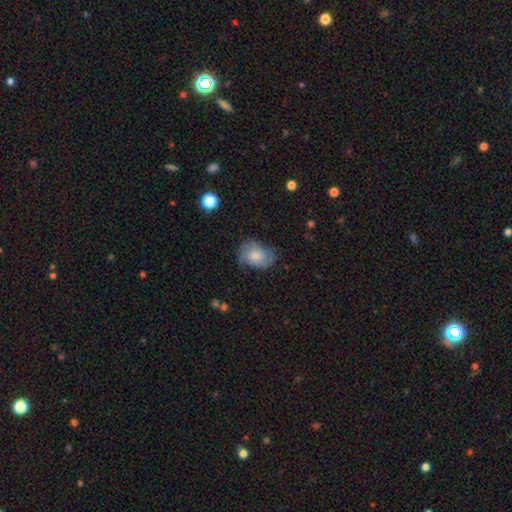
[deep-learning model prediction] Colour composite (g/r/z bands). It shows a smooth galaxy with no disk features (71%) that is in between round and cigar-shaped (73%). Merging: none (60%).